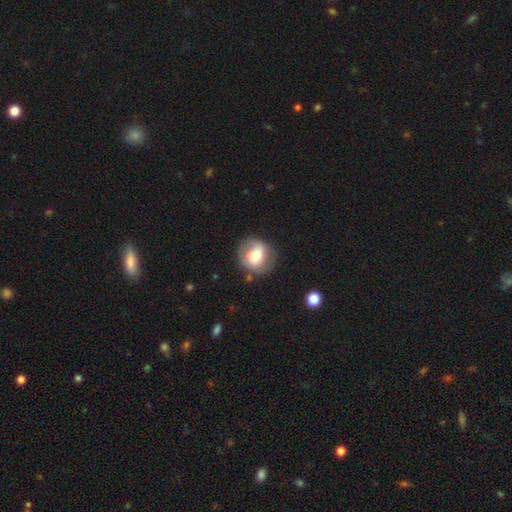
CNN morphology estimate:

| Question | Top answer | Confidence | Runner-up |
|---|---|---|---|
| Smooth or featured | smooth | 54% | featured or disk (38%) |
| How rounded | round | 77% | in between (22%) |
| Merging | none | 70% | minor disturbance (19%) |